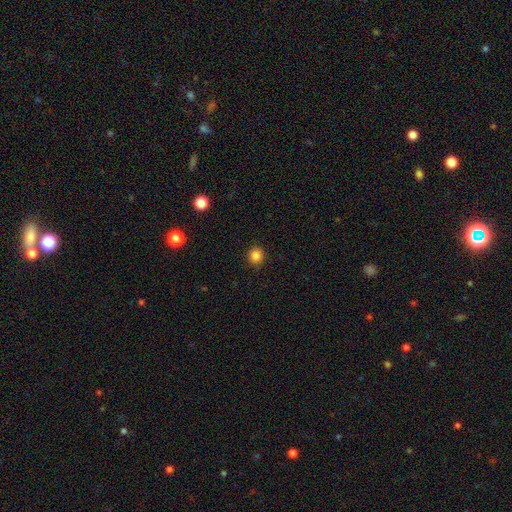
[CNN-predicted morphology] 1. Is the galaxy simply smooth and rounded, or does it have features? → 85% smooth, 12% star or artifact, 4% featured or disk.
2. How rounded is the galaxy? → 90% round, 9% in between, 1% cigar-shaped.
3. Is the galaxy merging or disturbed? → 91% none, 6% minor disturbance, 2% major disturbance, 1% merger.